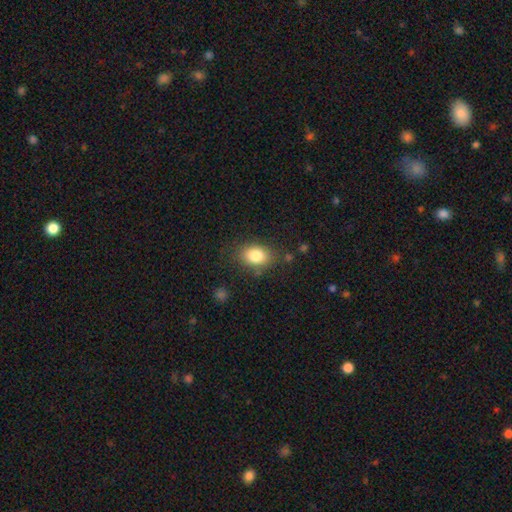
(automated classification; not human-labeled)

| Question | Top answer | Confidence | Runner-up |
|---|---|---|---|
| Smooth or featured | smooth | 83% | star or artifact (9%) |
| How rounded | in between | 72% | round (27%) |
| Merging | none | 79% | minor disturbance (14%) |